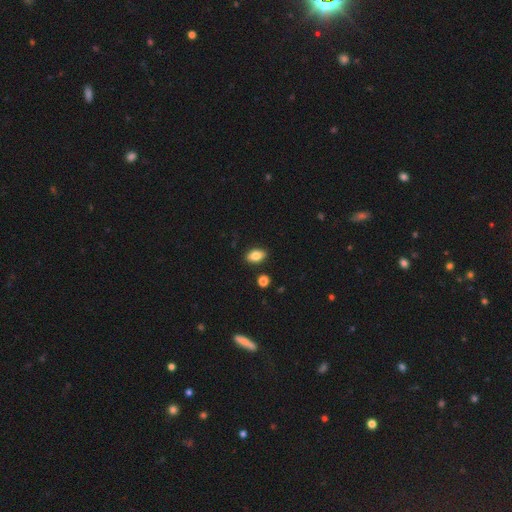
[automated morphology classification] Overall: smooth (83%). How rounded: in between (88%). Merging: none (87%).